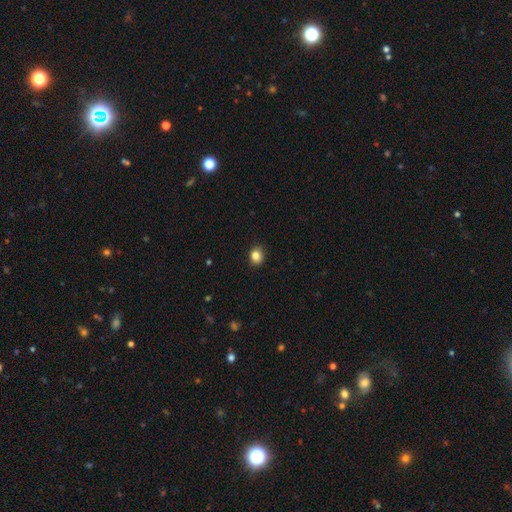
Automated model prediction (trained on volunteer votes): Smooth or featured? Predicted: smooth (p=0.84). How rounded? Predicted: round (p=0.68). Merging? Predicted: none (p=0.90).